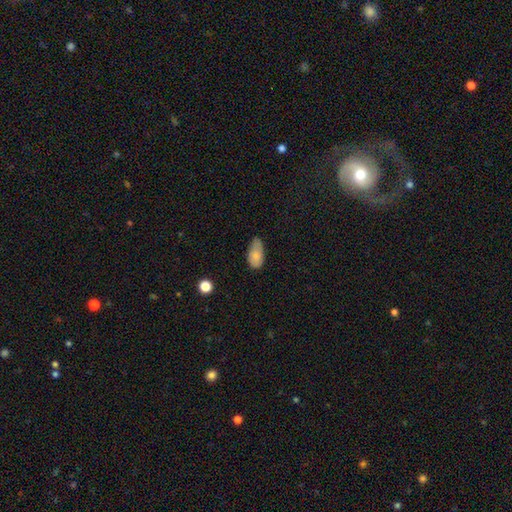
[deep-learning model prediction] smooth-or-featured: smooth: 81% | featured or disk: 11% | star or artifact: 8%
  how-rounded: in between: 92% | round: 4% | cigar-shaped: 4%
  merging: none: 45% | minor disturbance: 43% | major disturbance: 10% | merger: 2%